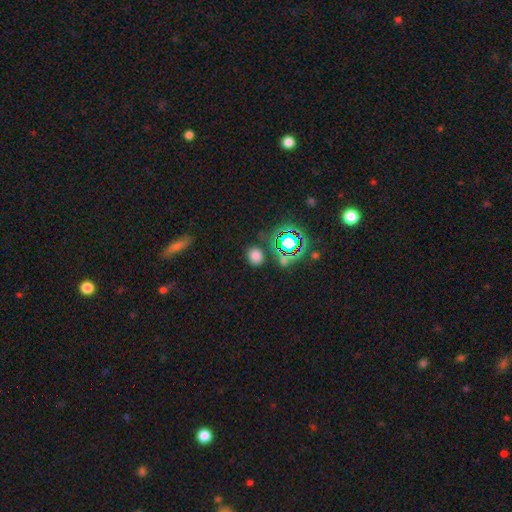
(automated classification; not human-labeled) This is likely a smooth galaxy (70%). How rounded: likely round (63%). Merging: clearly none (82%).